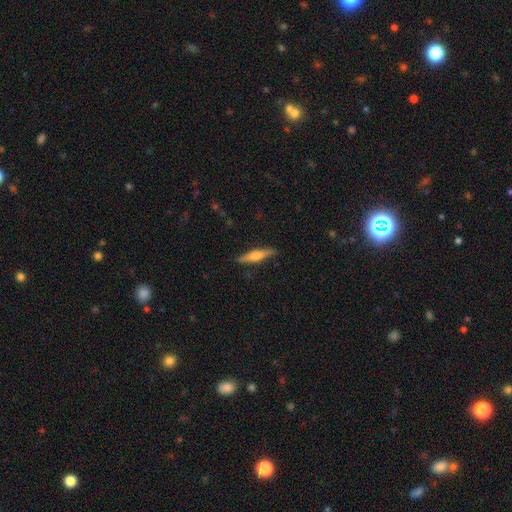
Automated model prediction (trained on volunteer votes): Smooth or featured: featured or disk — 48% (smooth — 46%)
Merging: none — 87% (minor disturbance — 9%)